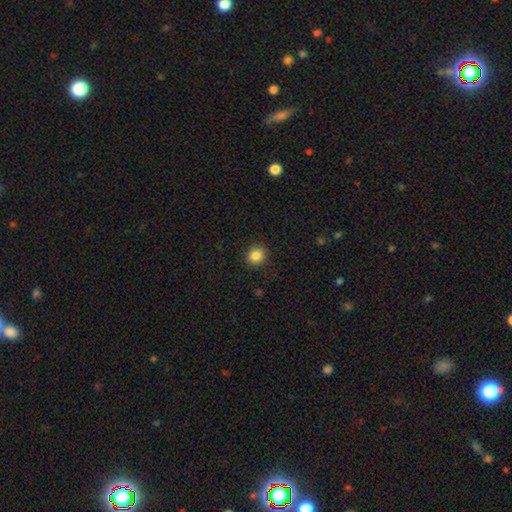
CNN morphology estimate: The model was most divided on "how rounded": round: 79%, in between: 20%, cigar-shaped: 1%. More confident: merging — none (89%); smooth or featured — smooth (85%).